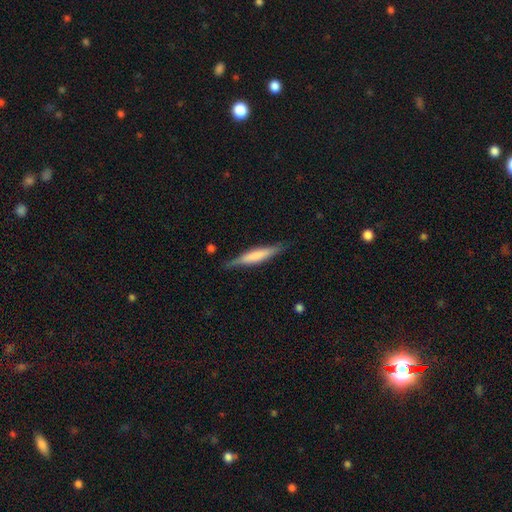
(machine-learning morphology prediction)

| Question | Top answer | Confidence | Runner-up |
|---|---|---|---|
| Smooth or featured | smooth | 53% | featured or disk (41%) |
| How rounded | cigar-shaped | 88% | in between (10%) |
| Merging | none | 83% | minor disturbance (13%) |